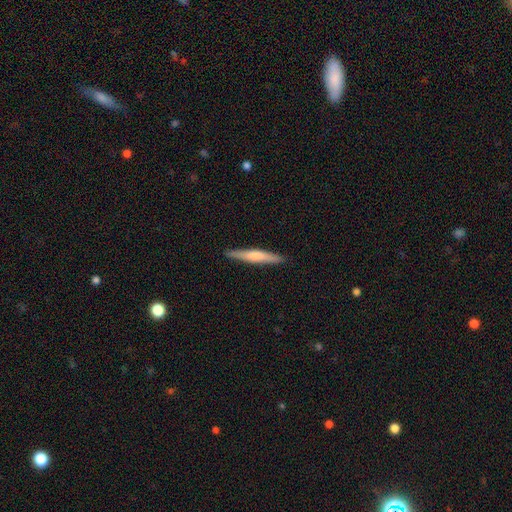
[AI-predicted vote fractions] Morphology: type=smooth (54%); roundness=cigar-shaped (93%); merging=none (90%).